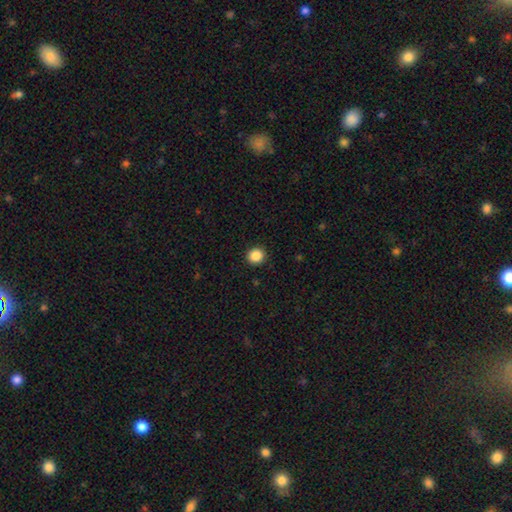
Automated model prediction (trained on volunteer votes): smooth_or_featured: smooth (p=0.87) [alt: star or artifact p=0.10]
how_rounded: round (p=0.92) [alt: in between p=0.07]
merging: none (p=0.92) [alt: minor disturbance p=0.05]